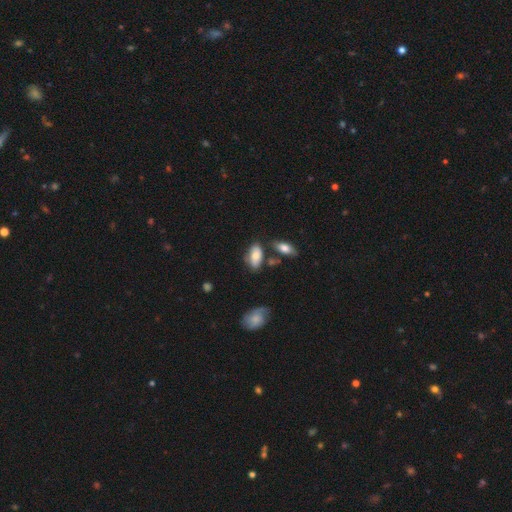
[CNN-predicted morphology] Smooth or featured?
  - smooth: 72% *
  - featured or disk: 20%
  - star or artifact: 7%
How rounded?
  - in between: 91% *
  - cigar-shaped: 5%
  - round: 4%
Merging?
  - none: 61% *
  - minor disturbance: 21%
  - merger: 11%
  - major disturbance: 6%